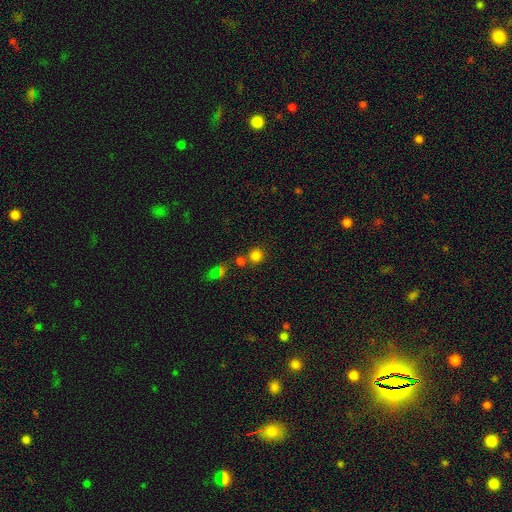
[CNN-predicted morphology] Overall: smooth (79%). How rounded: round (90%). Merging: none (66%).